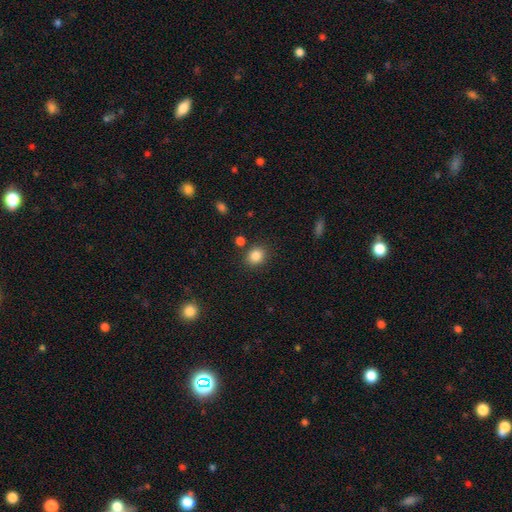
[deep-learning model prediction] smooth-or-featured: smooth: 85% | star or artifact: 10% | featured or disk: 5%
  how-rounded: round: 64% | in between: 35% | cigar-shaped: 1%
  merging: none: 83% | minor disturbance: 9% | merger: 4% | major disturbance: 3%